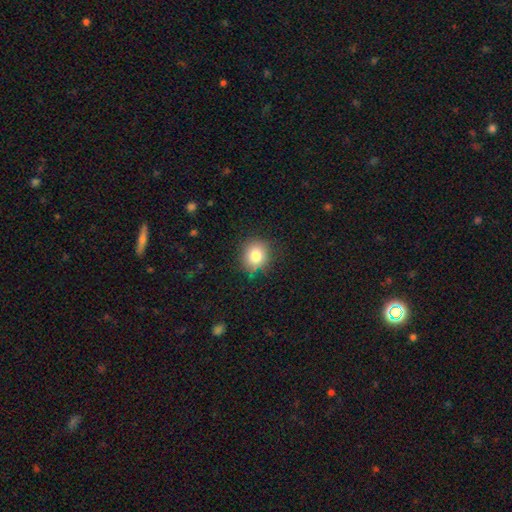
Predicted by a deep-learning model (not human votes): Smooth or featured? smooth (81%)
How rounded? round (82%)
Merging? none (83%)